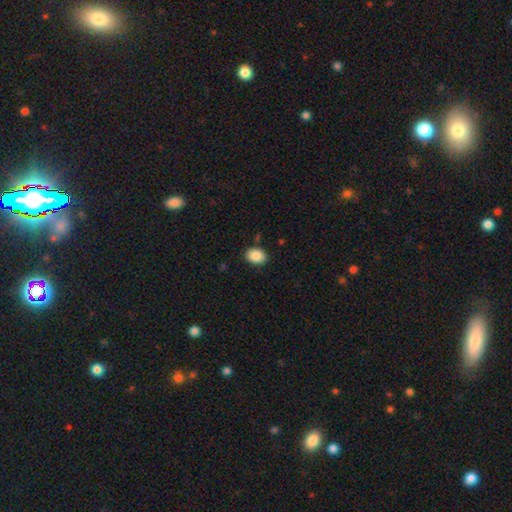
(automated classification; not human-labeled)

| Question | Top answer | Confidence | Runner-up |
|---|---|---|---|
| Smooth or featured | smooth | 88% | star or artifact (8%) |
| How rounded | in between | 69% | round (30%) |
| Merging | none | 86% | minor disturbance (9%) |